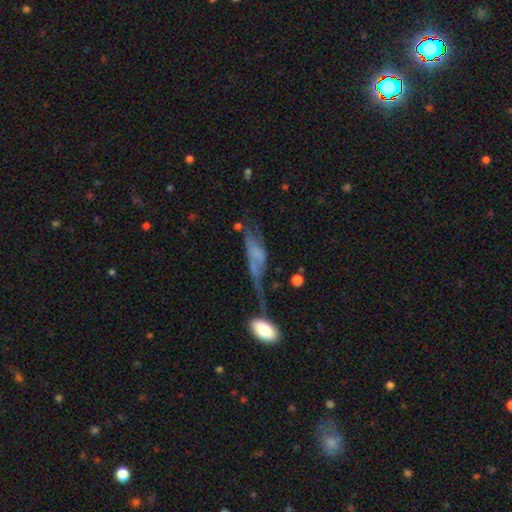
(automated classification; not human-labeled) A featured or disk galaxy (51%).

Vote fractions:
- Smooth or featured? featured or disk: 51% / smooth: 37% / star or artifact: 13%
- Edge-on disk? no: 67% / yes: 33%
- Merging? major disturbance: 38% / none: 26% / minor disturbance: 22% / merger: 14%